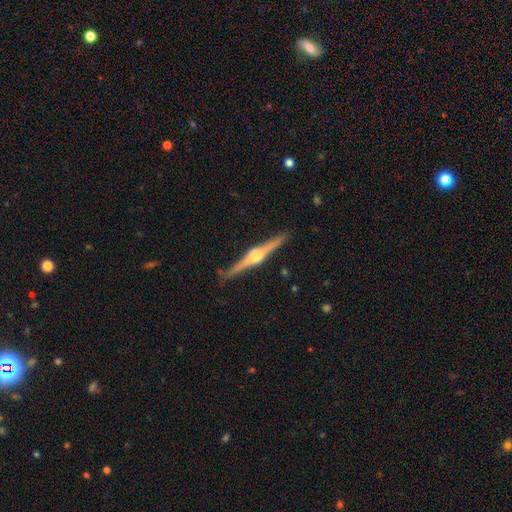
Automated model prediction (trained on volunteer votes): featured or disk 86%, smooth 9%, star or artifact 5%. Down the decision tree: edge-on disk — yes (99%); edge-on bulge — rounded (92%); merging — none (90%).